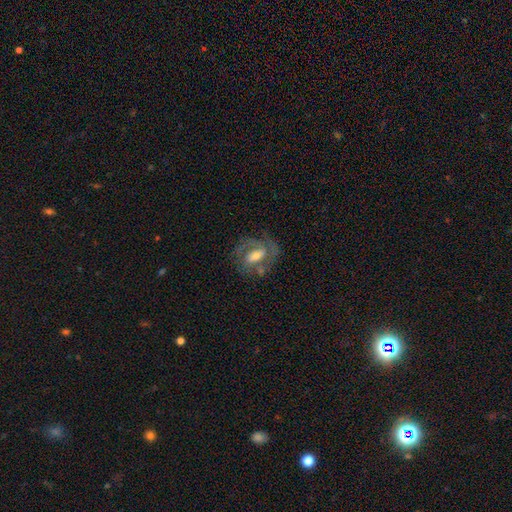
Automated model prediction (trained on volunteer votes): The model was most divided on "spiral winding": medium: 44%, tight: 43%, loose: 13%. Remaining: edge-on disk — no (95%); spiral arms — yes (84%); smooth or featured — featured or disk (74%); spiral arm count — 2 (65%); merging — none (62%); bulge size — moderate (50%); bar — weak (44%).